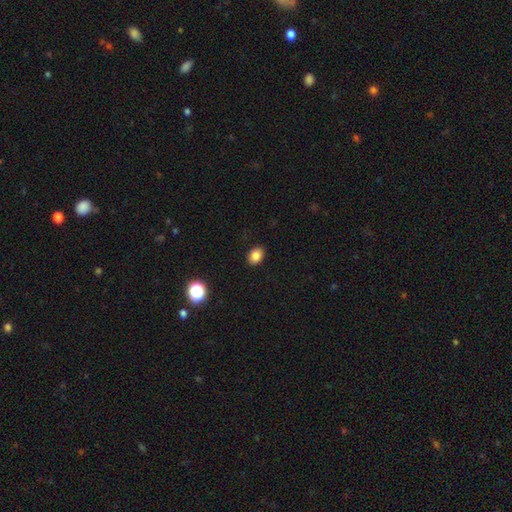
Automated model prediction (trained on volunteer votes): smooth 84%, star or artifact 11%, featured or disk 5%. Down the decision tree: how rounded — in between (69%); merging — none (89%).